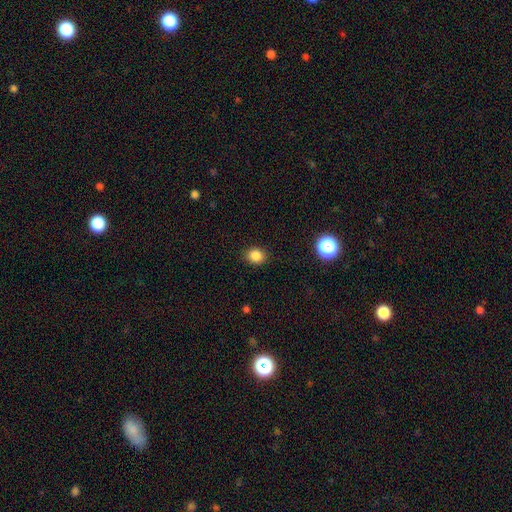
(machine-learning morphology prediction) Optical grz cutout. It shows a smooth galaxy with no disk features (85%) that is round (66%). Merging: none (88%).